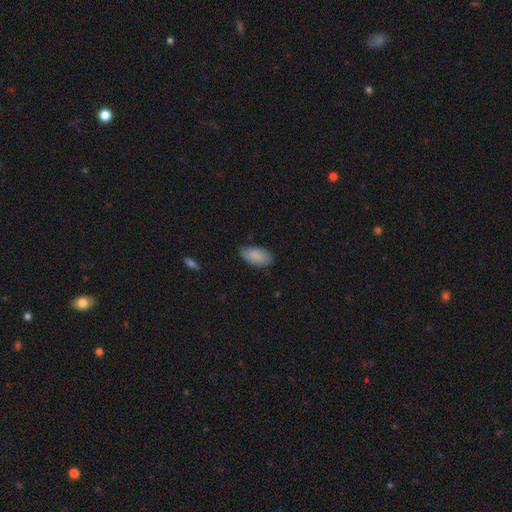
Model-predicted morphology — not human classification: A smooth galaxy with no disk features (87%) that is in between round and cigar-shaped (94%). Merging: none (73%).